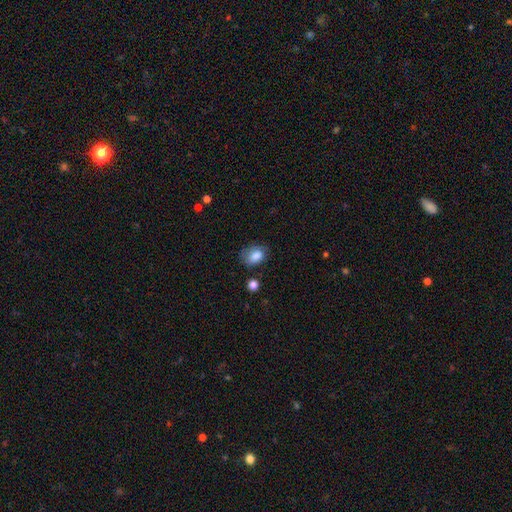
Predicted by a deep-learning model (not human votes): The model was most divided on "merging": none: 57%, minor disturbance: 29%, major disturbance: 10%, merger: 3%. More confident: smooth or featured — smooth (83%); how rounded — in between (76%).